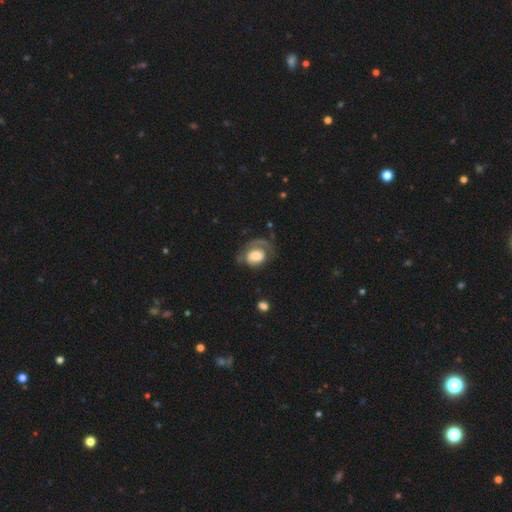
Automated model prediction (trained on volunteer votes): This is possibly a featured or disk galaxy (57%). It is clearly not viewed edge-on (97%). Bar: likely no (67%). Spiral arm pattern: likely yes (74%). Central bulge: marginally moderate (38%). Merging: marginally none (44%).